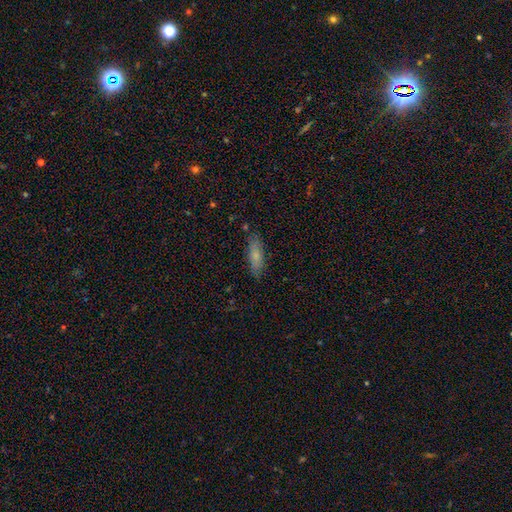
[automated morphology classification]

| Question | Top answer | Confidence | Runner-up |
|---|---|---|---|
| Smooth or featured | smooth | 72% | featured or disk (21%) |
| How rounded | cigar-shaped | 51% | in between (47%) |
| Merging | none | 82% | minor disturbance (14%) |